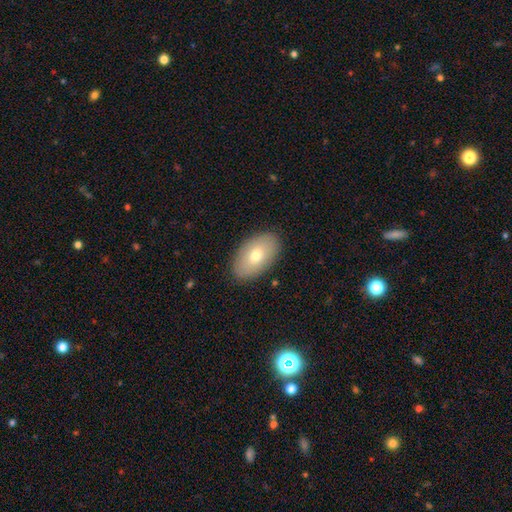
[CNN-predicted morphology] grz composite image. It shows a smooth galaxy with no disk features (71%) that is in between round and cigar-shaped (93%). Merging: none (88%).